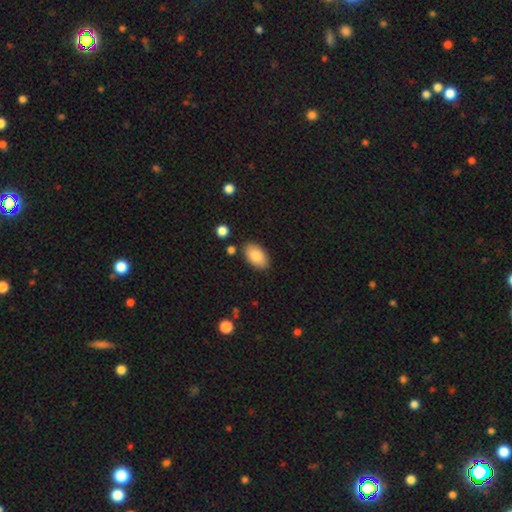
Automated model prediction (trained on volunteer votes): Smooth or featured? smooth (85%)
How rounded? in between (94%)
Merging? none (84%)